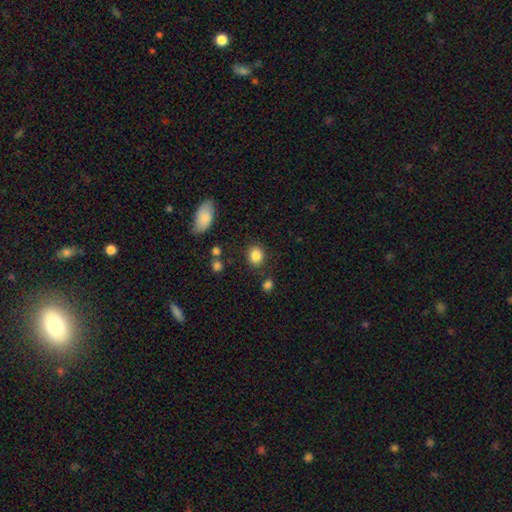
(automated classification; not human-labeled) Morphology: type=smooth (85%); roundness=round (72%); merging=none (84%).